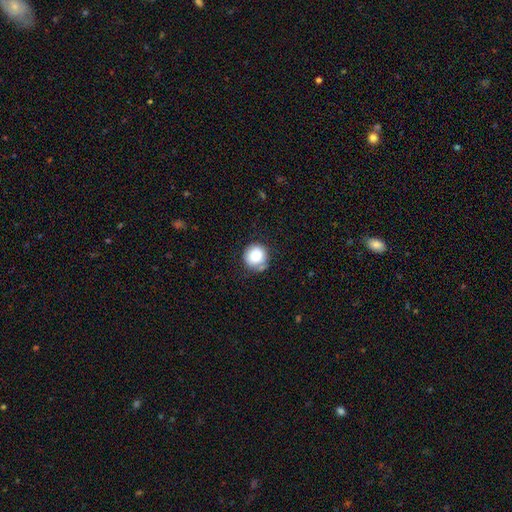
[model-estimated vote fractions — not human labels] This appears to be a smooth galaxy with no disk features (84%) that is round (92%). Merging: none (74%).